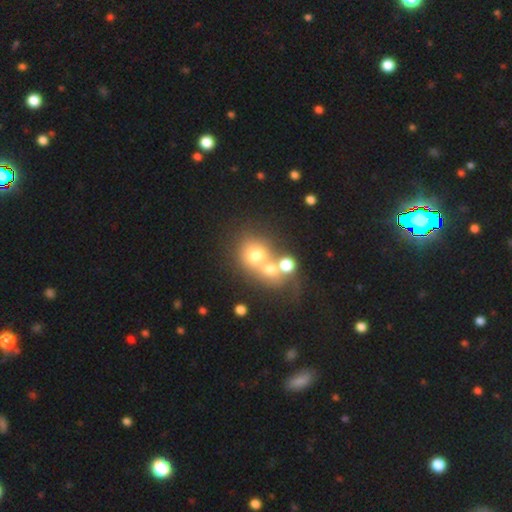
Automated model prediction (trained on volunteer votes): Smooth or featured? smooth (62%)
How rounded? round (76%)
Merging? merger (56%)